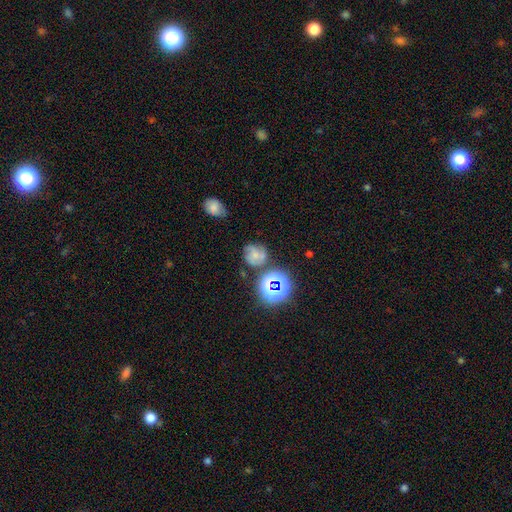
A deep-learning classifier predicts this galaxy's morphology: This is marginally a featured or disk galaxy (41%). Merging: possibly none (55%).